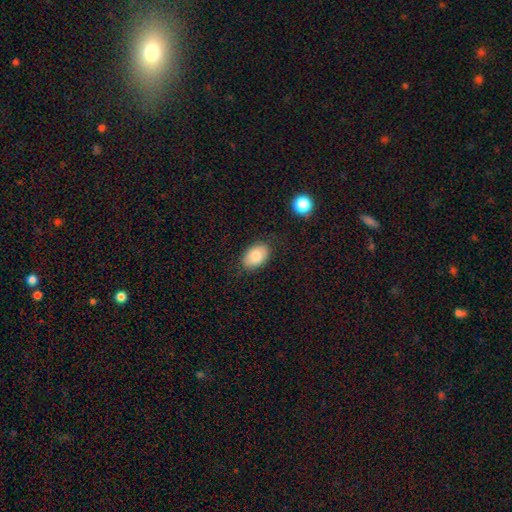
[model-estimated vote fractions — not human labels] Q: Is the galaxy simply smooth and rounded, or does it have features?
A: smooth — 83%.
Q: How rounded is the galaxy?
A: in between — 87%.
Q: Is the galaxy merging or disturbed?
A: none — 84%.